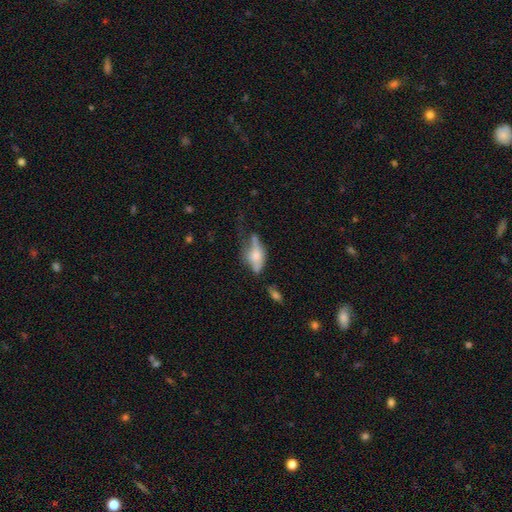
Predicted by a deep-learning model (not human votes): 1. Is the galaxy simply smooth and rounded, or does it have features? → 51% smooth, 40% featured or disk, 9% star or artifact.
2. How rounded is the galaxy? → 76% in between, 17% cigar-shaped, 7% round.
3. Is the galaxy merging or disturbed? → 36% major disturbance, 28% none, 27% minor disturbance, 9% merger.